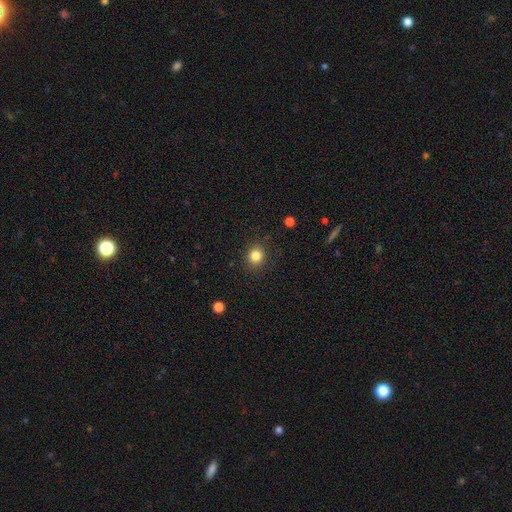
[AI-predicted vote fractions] Smooth or featured? Predicted: smooth (p=0.83). How rounded? Predicted: round (p=0.85). Merging? Predicted: none (p=0.88).